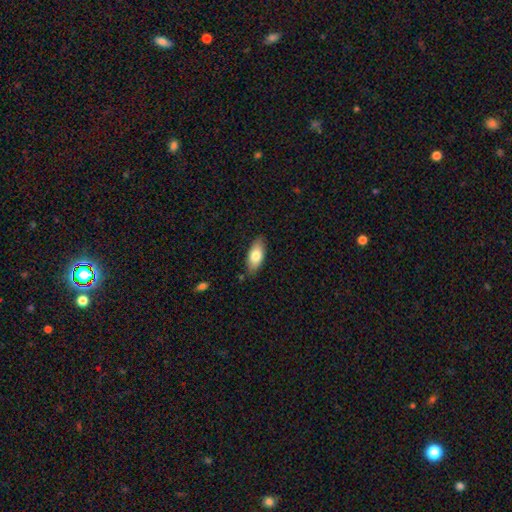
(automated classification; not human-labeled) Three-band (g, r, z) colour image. It shows a smooth galaxy with no disk features (77%) that is in between round and cigar-shaped (87%). Merging: none (83%).